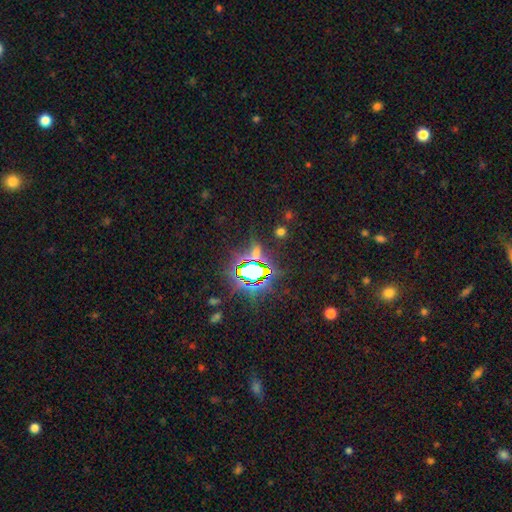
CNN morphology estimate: A star or artifact, not a galaxy (74%).